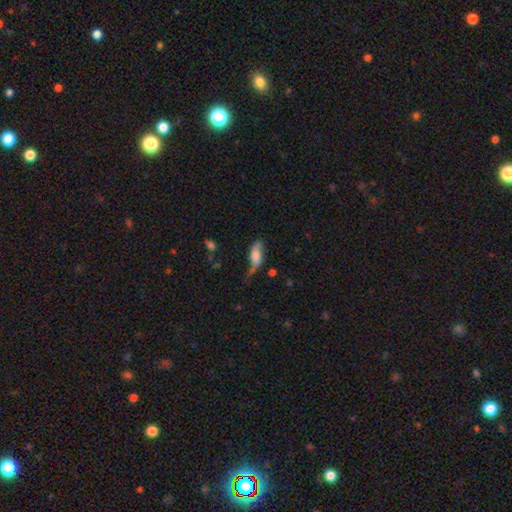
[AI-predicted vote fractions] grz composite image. It shows a smooth galaxy with no disk features (55%) that is in between round and cigar-shaped (77%). Merging: none (34%, tied with minor disturbance).